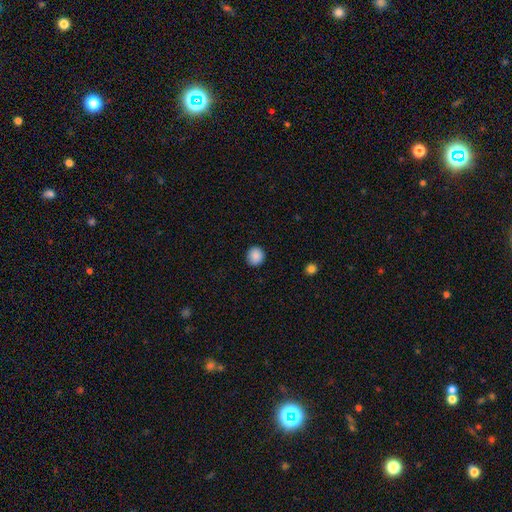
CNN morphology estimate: The model was most divided on "smooth or featured": smooth: 89%, star or artifact: 9%, featured or disk: 3%. More confident: merging — none (92%); how rounded — round (90%).